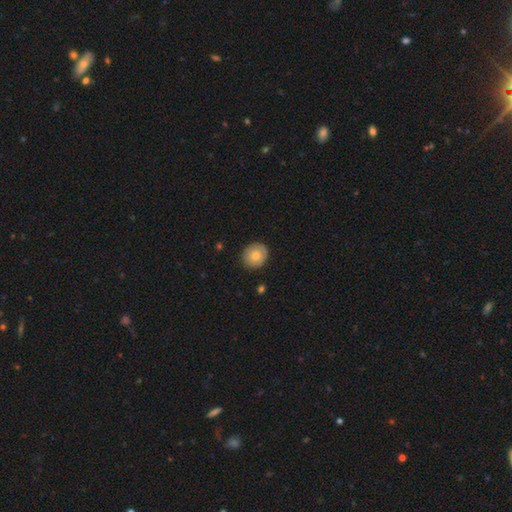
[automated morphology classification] Smooth or featured? smooth (73%)
How rounded? round (85%)
Merging? none (85%)